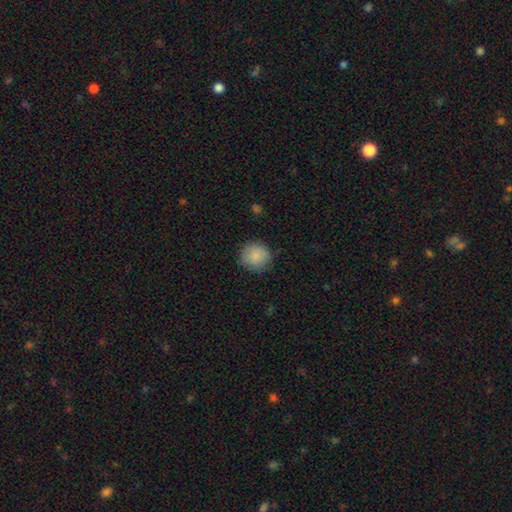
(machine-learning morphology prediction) Smooth or featured?
  - smooth: 87% *
  - star or artifact: 8%
  - featured or disk: 5%
How rounded?
  - round: 90% *
  - in between: 9%
  - cigar-shaped: 1%
Merging?
  - none: 82% *
  - minor disturbance: 14%
  - major disturbance: 3%
  - merger: 1%